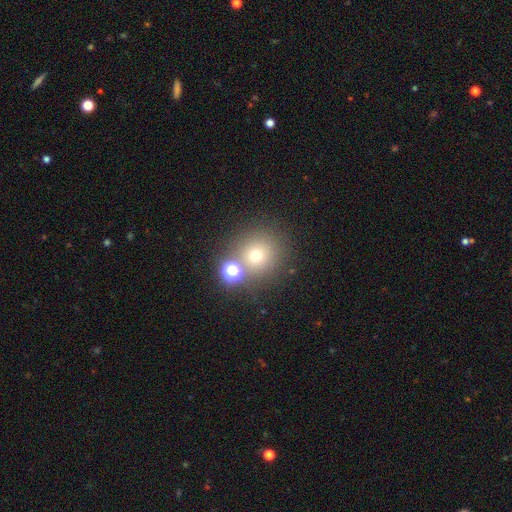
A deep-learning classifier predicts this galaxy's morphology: Smooth or featured?
  - smooth: 65% *
  - star or artifact: 23%
  - featured or disk: 12%
How rounded?
  - round: 90% *
  - in between: 9%
  - cigar-shaped: 1%
Merging?
  - none: 71% *
  - merger: 17%
  - minor disturbance: 8%
  - major disturbance: 4%